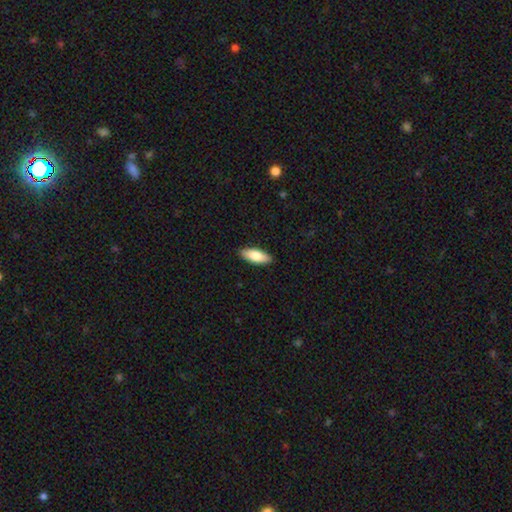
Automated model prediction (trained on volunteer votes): Overall: smooth (79%). How rounded: in between (73%). Merging: none (89%).